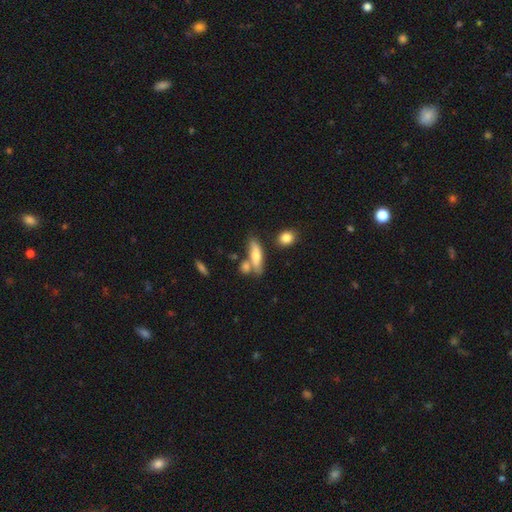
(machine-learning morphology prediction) The model was most divided on "how rounded": cigar-shaped: 60%, in between: 36%, round: 4%. More confident: smooth or featured — smooth (66%); merging — none (58%).